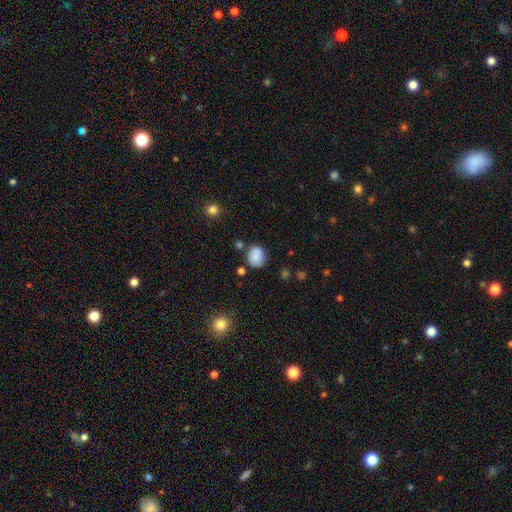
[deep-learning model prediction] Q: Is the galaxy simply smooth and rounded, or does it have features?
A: smooth — 82%.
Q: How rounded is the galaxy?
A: round — 64%.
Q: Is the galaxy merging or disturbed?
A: none — 67%.